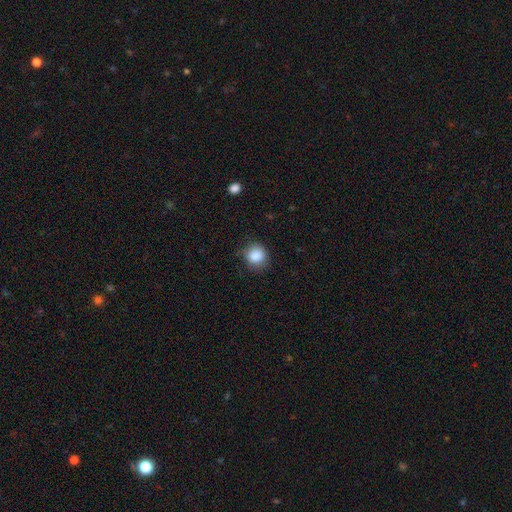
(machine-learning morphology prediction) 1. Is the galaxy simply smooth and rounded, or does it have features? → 85% smooth, 9% star or artifact, 5% featured or disk.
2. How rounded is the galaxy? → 81% round, 18% in between, 1% cigar-shaped.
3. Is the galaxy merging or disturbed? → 73% none, 20% minor disturbance, 5% major disturbance, 1% merger.